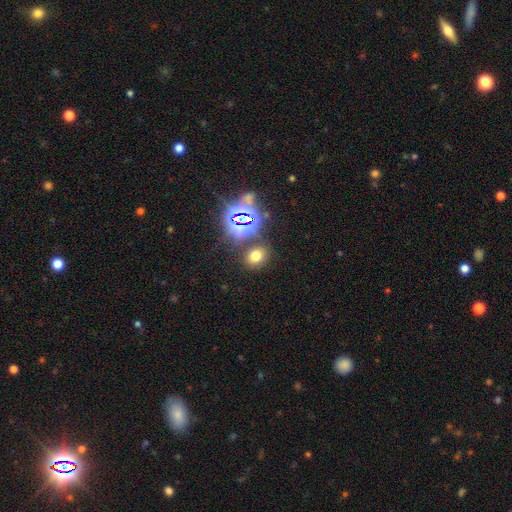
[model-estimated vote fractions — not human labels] A smooth galaxy with no disk features (61%) that is round (55%). Merging: none (81%).